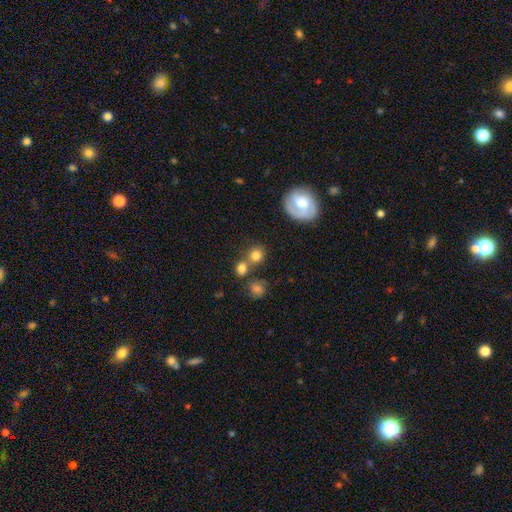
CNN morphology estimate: type=smooth (77%); roundness=round (82%); merging=none (56%).